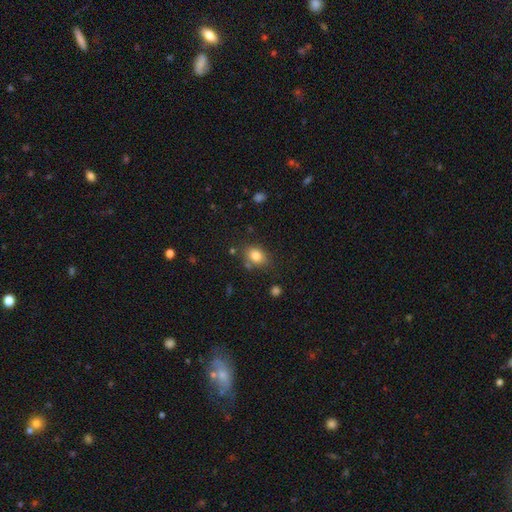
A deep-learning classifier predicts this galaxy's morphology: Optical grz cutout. It shows a smooth galaxy with no disk features (82%) that is in between round and cigar-shaped (64%). Merging: none (74%).